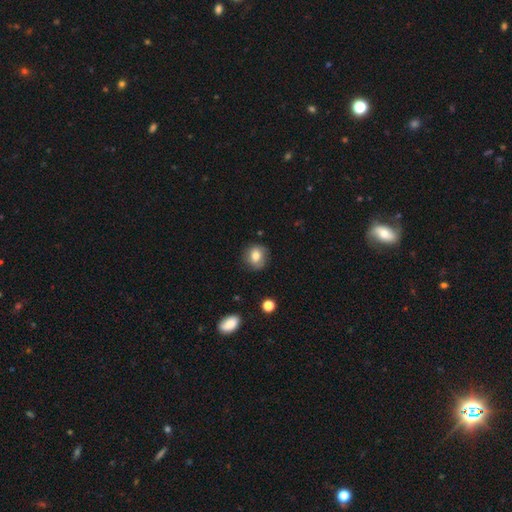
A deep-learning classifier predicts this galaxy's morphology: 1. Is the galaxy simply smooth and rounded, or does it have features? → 77% smooth, 14% featured or disk, 9% star or artifact.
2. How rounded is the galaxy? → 73% round, 26% in between, 1% cigar-shaped.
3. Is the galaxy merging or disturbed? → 76% none, 18% minor disturbance, 4% major disturbance, 1% merger.